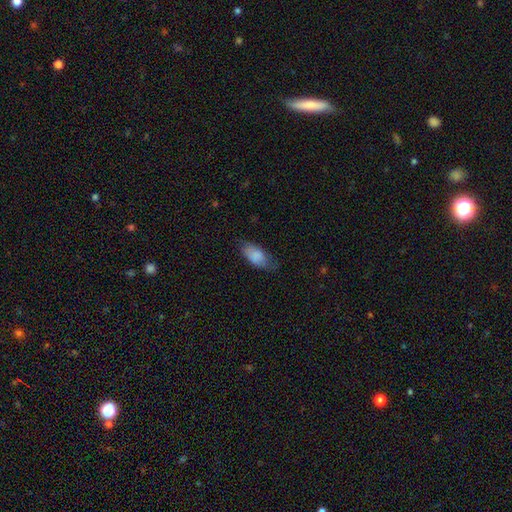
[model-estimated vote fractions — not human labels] Smooth or featured? smooth (83%)
How rounded? in between (91%)
Merging? none (65%)